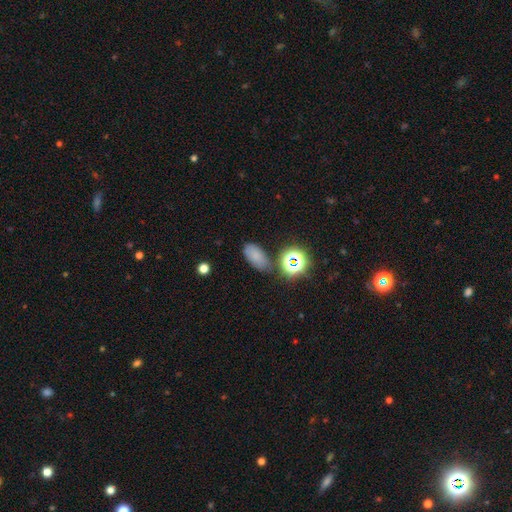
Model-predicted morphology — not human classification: smooth-or-featured: smooth: 71% | star or artifact: 20% | featured or disk: 9%
  how-rounded: in between: 88% | round: 8% | cigar-shaped: 3%
  merging: none: 74% | minor disturbance: 15% | merger: 6% | major disturbance: 5%